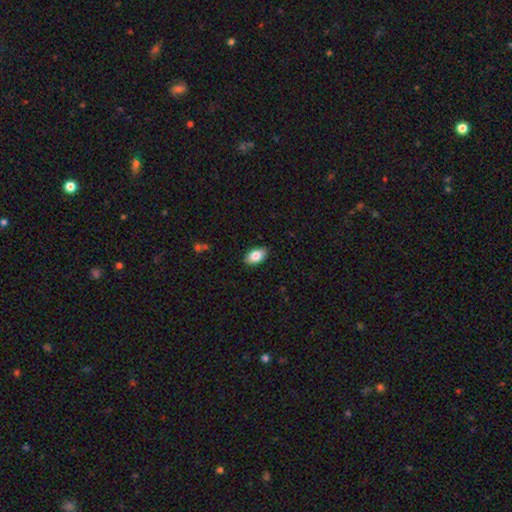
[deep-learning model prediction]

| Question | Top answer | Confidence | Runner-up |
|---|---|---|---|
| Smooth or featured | smooth | 83% | featured or disk (10%) |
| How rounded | in between | 92% | round (6%) |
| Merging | none | 88% | minor disturbance (9%) |